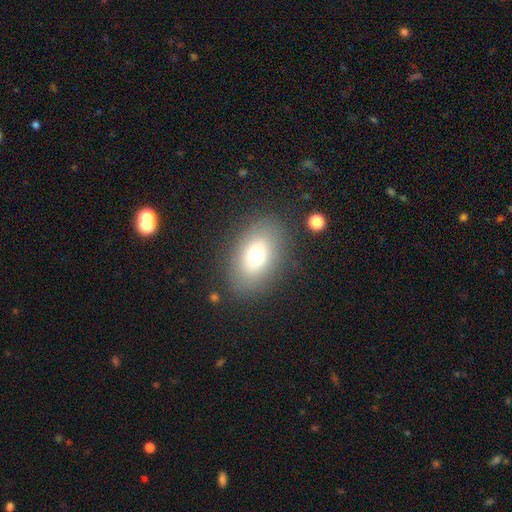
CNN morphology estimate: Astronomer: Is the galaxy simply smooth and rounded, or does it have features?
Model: smooth — 69%.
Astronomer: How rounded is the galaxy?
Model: in between — 80%.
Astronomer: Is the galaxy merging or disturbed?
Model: none — 82%.